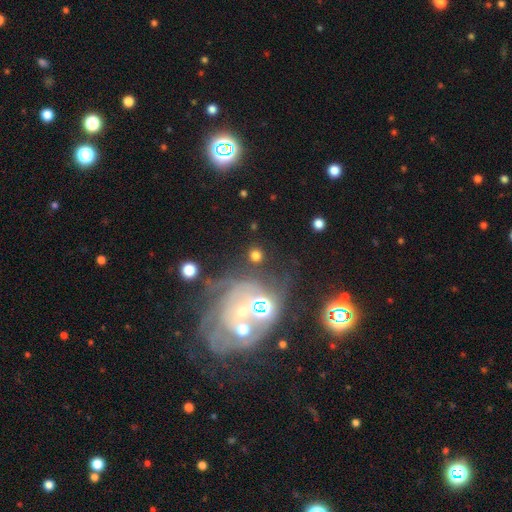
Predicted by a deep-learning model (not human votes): A smooth galaxy with no disk features (69%) that is round (87%).

Vote fractions:
- Smooth or featured? smooth: 69% / star or artifact: 19% / featured or disk: 12%
- How rounded? round: 87% / in between: 11% / cigar-shaped: 1%
- Merging? none: 79% / minor disturbance: 9% / major disturbance: 6% / merger: 5%